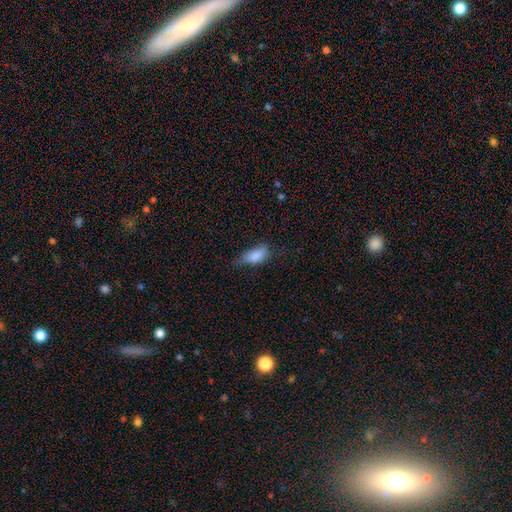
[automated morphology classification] smooth 82%, featured or disk 10%, star or artifact 8%. Down the decision tree: how rounded — in between (86%); merging — none (44%).